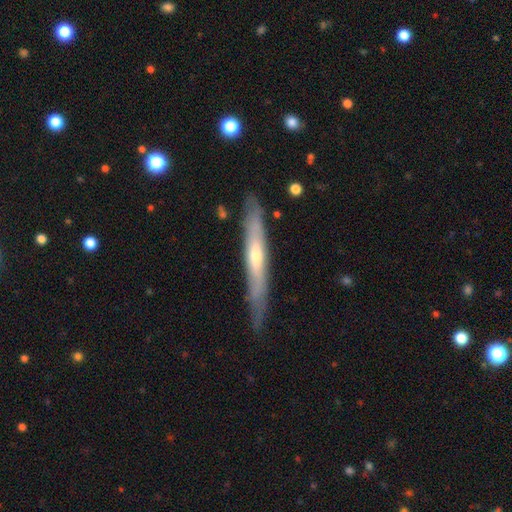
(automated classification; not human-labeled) featured or disk 58%, smooth 37%, star or artifact 5%. Down the decision tree: edge-on disk — yes (83%); merging — none (78%).